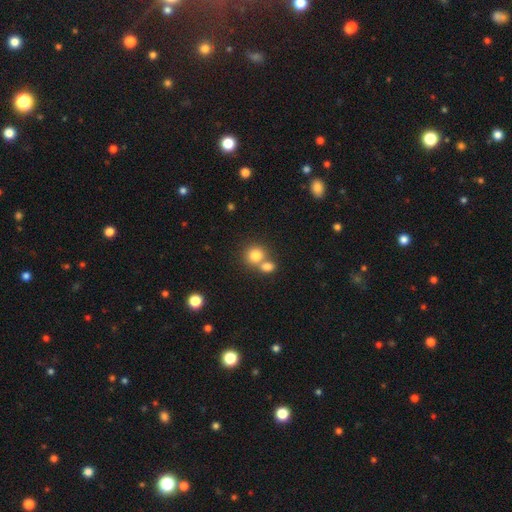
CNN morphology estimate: This is clearly a smooth galaxy (80%). How rounded: clearly round (82%). Merging: possibly merger (46%).